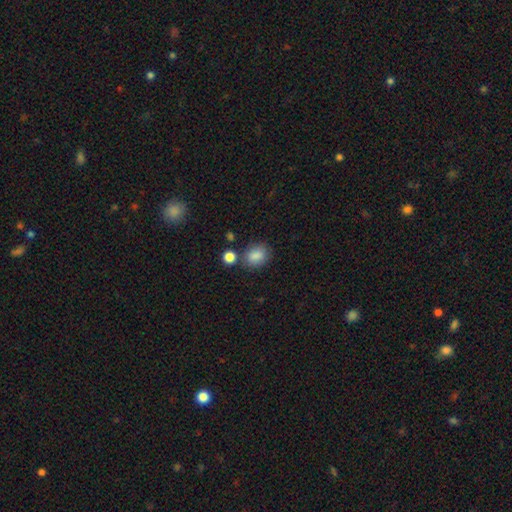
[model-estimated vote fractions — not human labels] Smooth or featured? Predicted: smooth (p=0.86). How rounded? Predicted: round (p=0.50). Merging? Predicted: none (p=0.72).